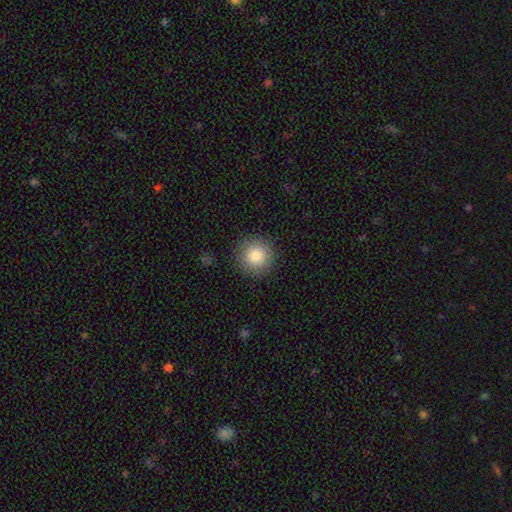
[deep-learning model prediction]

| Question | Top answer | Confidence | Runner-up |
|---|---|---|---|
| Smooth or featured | smooth | 84% | star or artifact (9%) |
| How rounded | round | 96% | in between (3%) |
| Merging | none | 91% | minor disturbance (6%) |